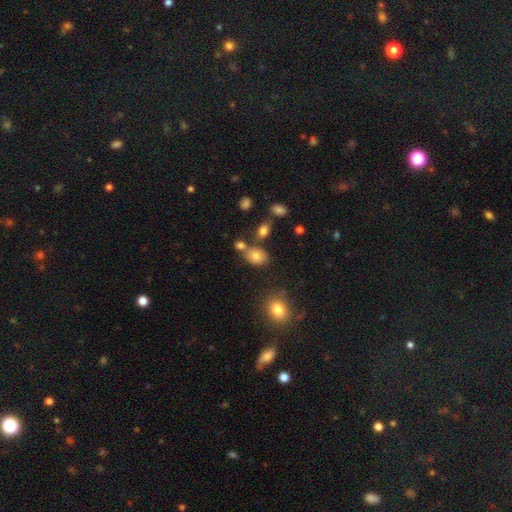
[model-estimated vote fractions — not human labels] Overall: smooth (79%). How rounded: in between (71%). Merging: none (63%).